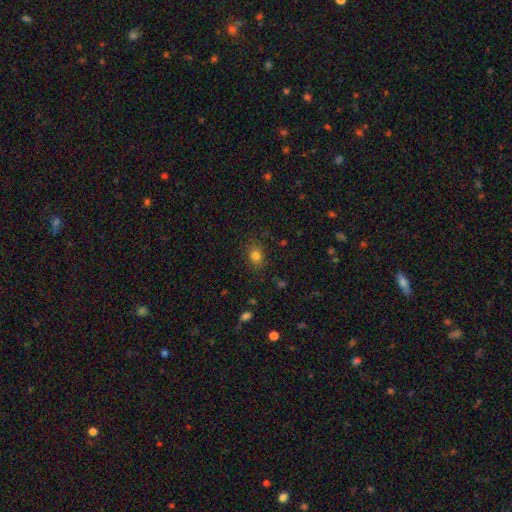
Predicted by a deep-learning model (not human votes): A smooth galaxy with no disk features (81%) that is in between round and cigar-shaped (58%).

Vote fractions:
- Smooth or featured? smooth: 81% / star or artifact: 12% / featured or disk: 6%
- How rounded? in between: 58% / round: 41% / cigar-shaped: 1%
- Merging? none: 82% / minor disturbance: 12% / major disturbance: 4% / merger: 1%